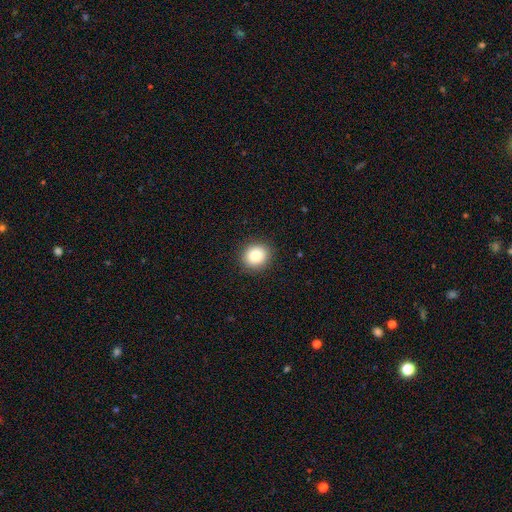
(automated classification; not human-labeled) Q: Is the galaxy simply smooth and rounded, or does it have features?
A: smooth — 82%.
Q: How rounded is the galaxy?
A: round — 83%.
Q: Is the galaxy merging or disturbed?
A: none — 91%.